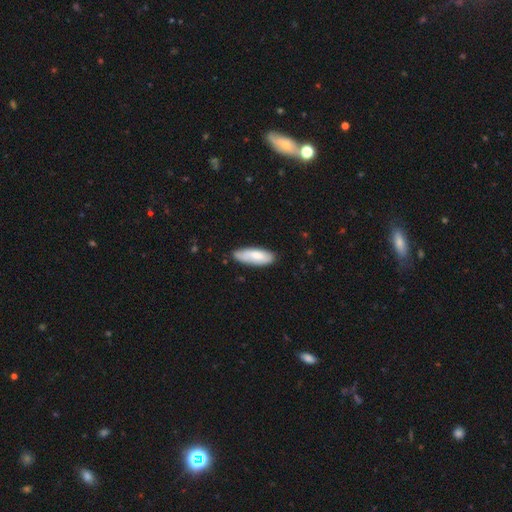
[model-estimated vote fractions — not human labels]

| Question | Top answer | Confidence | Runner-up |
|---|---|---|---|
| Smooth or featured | smooth | 74% | featured or disk (21%) |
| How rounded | in between | 69% | cigar-shaped (30%) |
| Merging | none | 71% | minor disturbance (23%) |